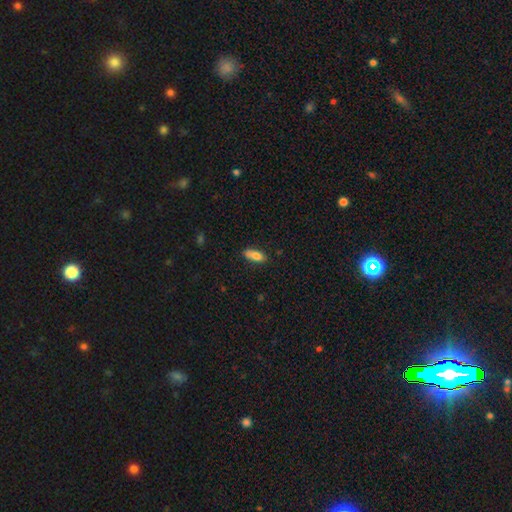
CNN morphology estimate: smooth-or-featured: smooth: 77% | featured or disk: 16% | star or artifact: 7%
  how-rounded: in between: 75% | cigar-shaped: 22% | round: 3%
  merging: none: 71% | minor disturbance: 20% | merger: 5% | major disturbance: 4%